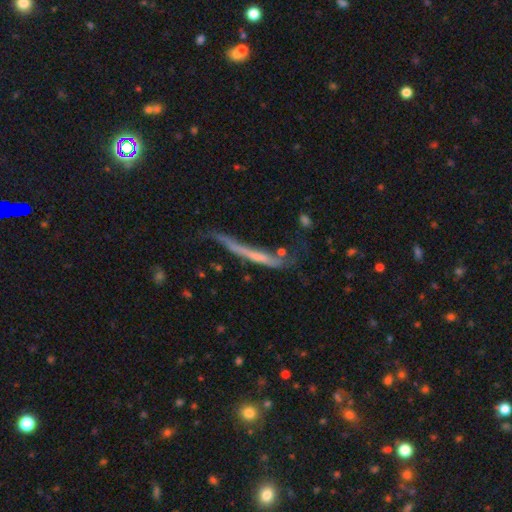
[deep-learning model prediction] Smooth or featured? featured or disk (53%)
Edge-on disk? yes (79%)
Merging? none (37%)